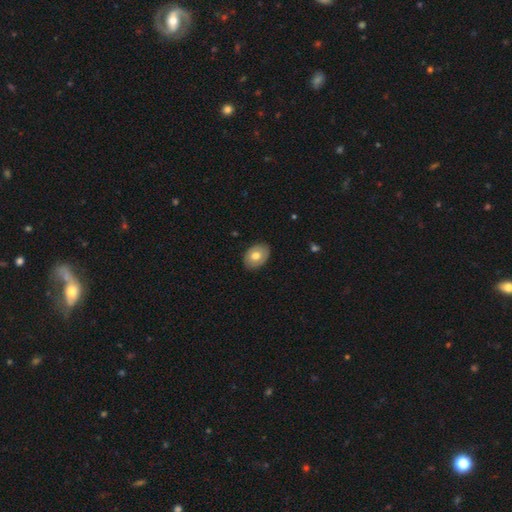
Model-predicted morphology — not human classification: Smooth or featured? Predicted: smooth (p=0.67). How rounded? Predicted: in between (p=0.76). Merging? Predicted: none (p=0.87).